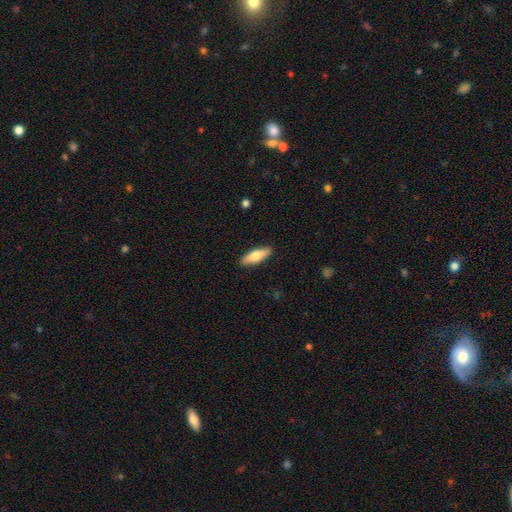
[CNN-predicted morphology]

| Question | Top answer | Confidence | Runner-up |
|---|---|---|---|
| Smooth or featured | smooth | 63% | featured or disk (31%) |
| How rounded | in between | 53% | cigar-shaped (44%) |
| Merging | none | 90% | minor disturbance (7%) |